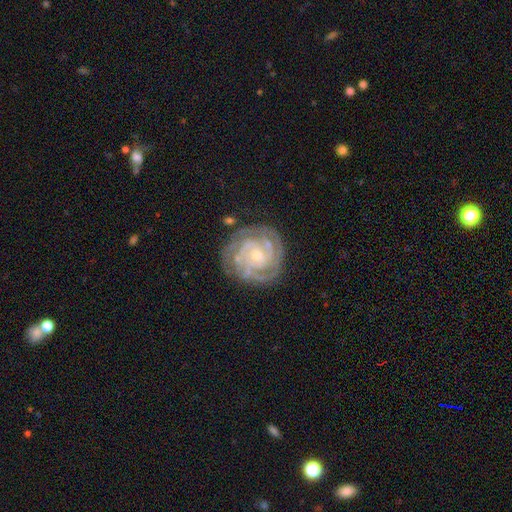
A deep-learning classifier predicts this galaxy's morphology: A featured or disk galaxy (89%) with no bar (70%), 3 (32%) tight (78%) spiral arms (97%) and a small central bulge (68%). Merging: none (76%).